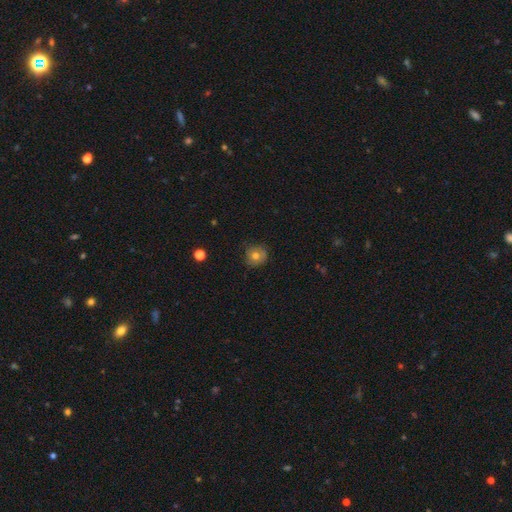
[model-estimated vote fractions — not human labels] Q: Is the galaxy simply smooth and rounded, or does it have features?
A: smooth — 69%.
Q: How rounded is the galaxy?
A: round — 88%.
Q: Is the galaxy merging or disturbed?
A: none — 77%.